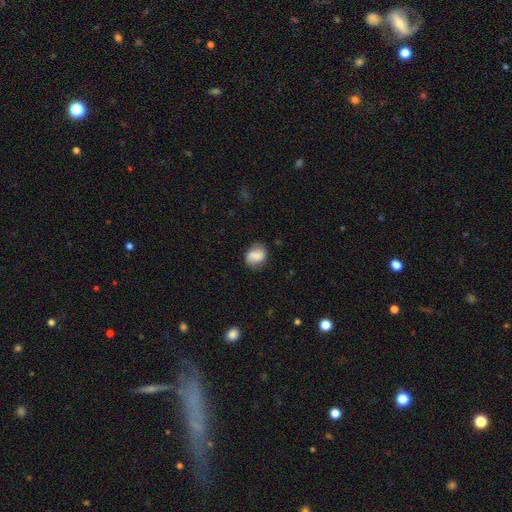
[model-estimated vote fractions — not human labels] smooth-or-featured: smooth: 67% | featured or disk: 24% | star or artifact: 9%
  how-rounded: in between: 52% | round: 47% | cigar-shaped: 1%
  merging: none: 68% | minor disturbance: 22% | major disturbance: 8% | merger: 2%